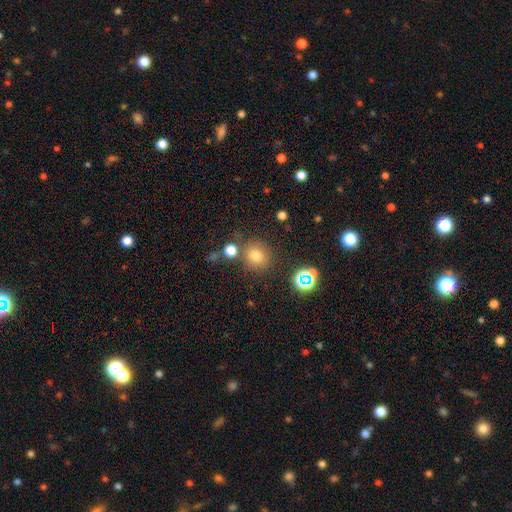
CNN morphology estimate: The model was most divided on "smooth or featured": smooth: 73%, star or artifact: 18%, featured or disk: 8%. More confident: how rounded — round (83%); merging — none (76%).